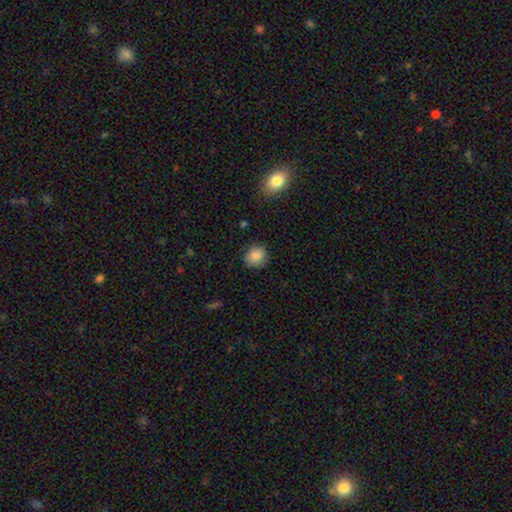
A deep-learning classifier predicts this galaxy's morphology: type=smooth (85%); roundness=round (77%); merging=none (78%).